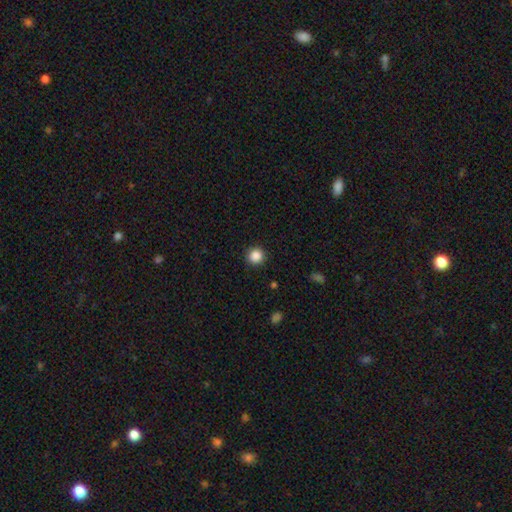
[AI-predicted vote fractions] Overall: smooth (87%). How rounded: round (95%). Merging: none (92%).